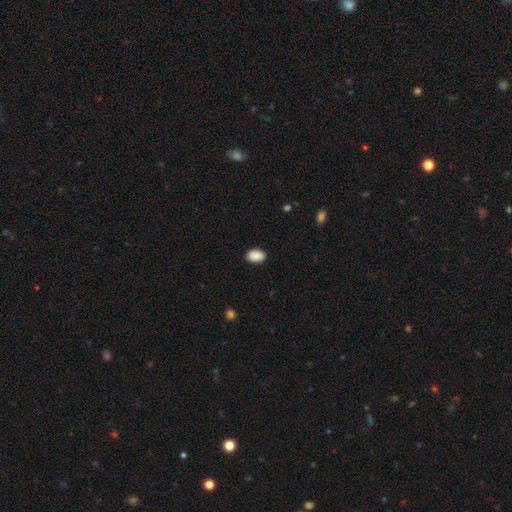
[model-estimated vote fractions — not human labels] This appears to be a smooth galaxy with no disk features (90%) that is in between round and cigar-shaped (88%). Merging: none (88%).